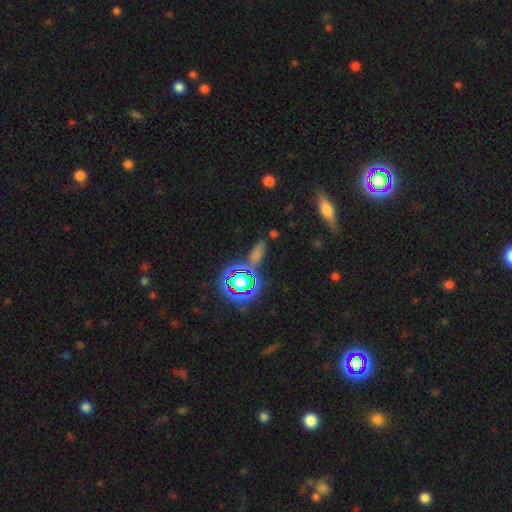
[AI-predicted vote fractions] Morphology: type=star or artifact (45%).